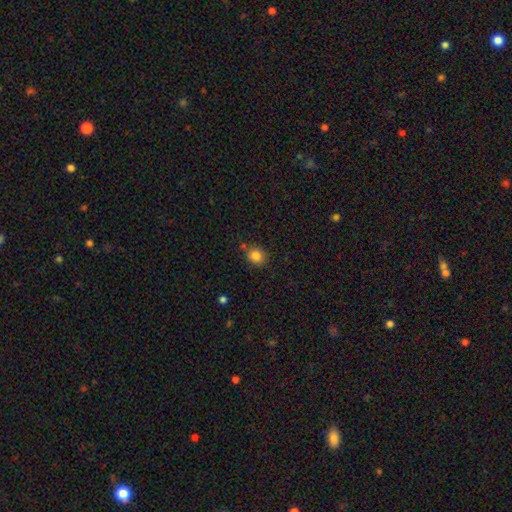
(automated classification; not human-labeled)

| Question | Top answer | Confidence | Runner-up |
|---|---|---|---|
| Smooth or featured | smooth | 84% | star or artifact (10%) |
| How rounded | round | 73% | in between (26%) |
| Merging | none | 79% | minor disturbance (12%) |